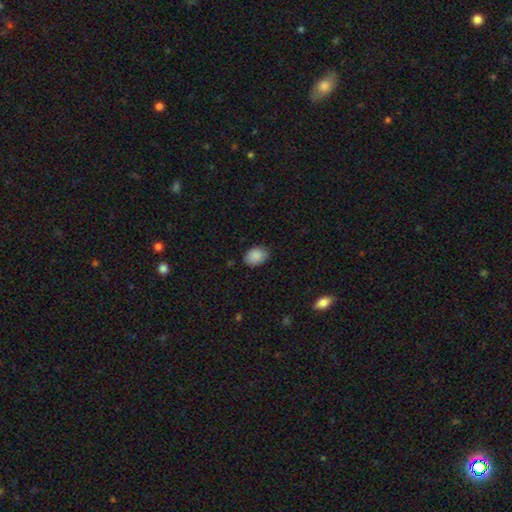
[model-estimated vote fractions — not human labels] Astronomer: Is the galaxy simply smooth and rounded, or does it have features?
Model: smooth — 88%.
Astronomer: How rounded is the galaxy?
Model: in between — 77%.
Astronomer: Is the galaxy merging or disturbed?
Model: none — 79%.